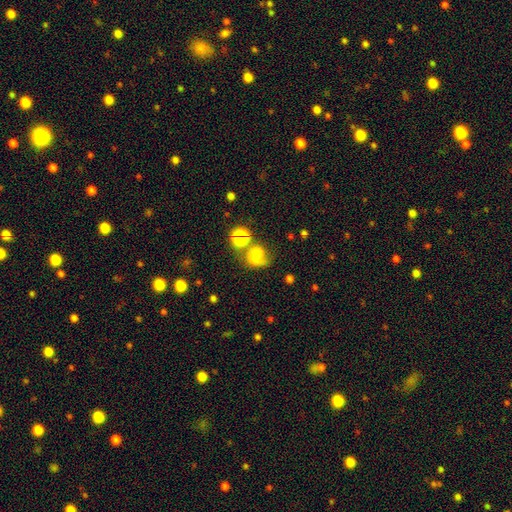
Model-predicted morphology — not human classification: A smooth galaxy with no disk features (62%) that is round (52%). Merging: none (34%).